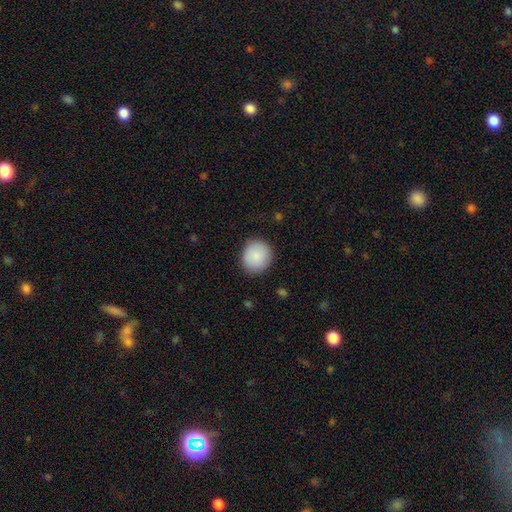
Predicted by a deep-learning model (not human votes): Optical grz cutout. It shows a smooth galaxy with no disk features (89%) that is round (87%). Merging: none (88%).